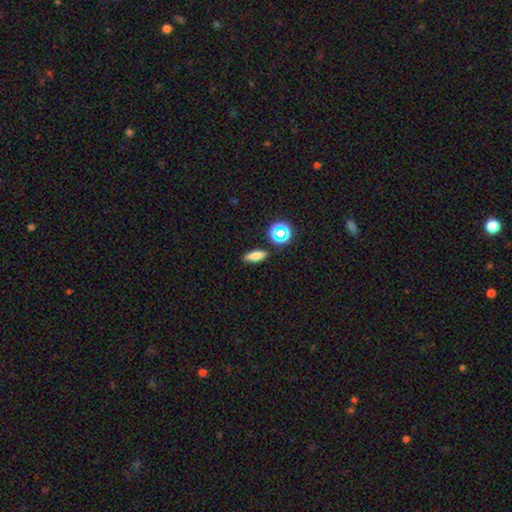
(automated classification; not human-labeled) smooth-or-featured: smooth: 75% | star or artifact: 14% | featured or disk: 11%
  how-rounded: in between: 60% | cigar-shaped: 32% | round: 9%
  merging: none: 87% | minor disturbance: 8% | merger: 3% | major disturbance: 2%